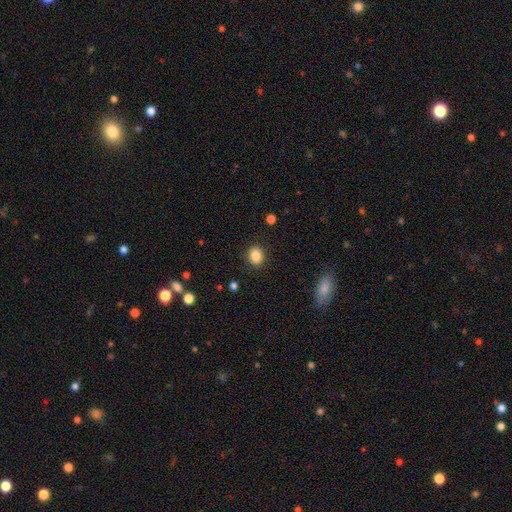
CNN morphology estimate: smooth-or-featured: smooth: 86% | star or artifact: 10% | featured or disk: 5%
  how-rounded: round: 62% | in between: 37% | cigar-shaped: 1%
  merging: none: 88% | minor disturbance: 8% | major disturbance: 3% | merger: 1%